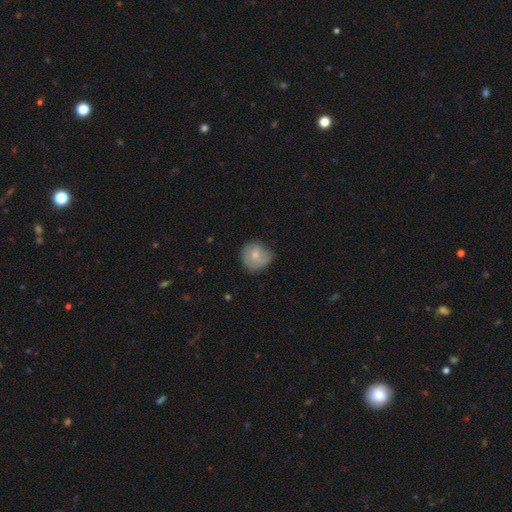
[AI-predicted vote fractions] A smooth galaxy with no disk features (72%) that is round (87%).

Vote fractions:
- Smooth or featured? smooth: 72% / featured or disk: 21% / star or artifact: 7%
- How rounded? round: 87% / in between: 12% / cigar-shaped: 1%
- Merging? none: 61% / minor disturbance: 30% / major disturbance: 7% / merger: 1%